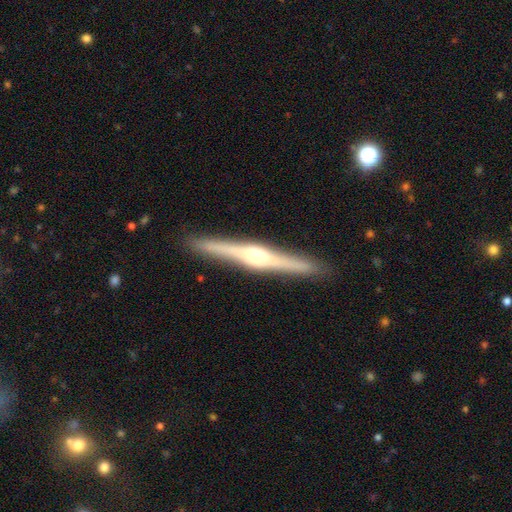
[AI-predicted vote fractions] Smooth or featured?
  - featured or disk: 80% *
  - smooth: 15%
  - star or artifact: 5%
Edge-on disk?
  - yes: 98% *
  - no: 2%
Edge-on bulge?
  - rounded: 82% *
  - boxy: 13%
  - none: 5%
Merging?
  - none: 91% *
  - minor disturbance: 6%
  - major disturbance: 1%
  - merger: 1%